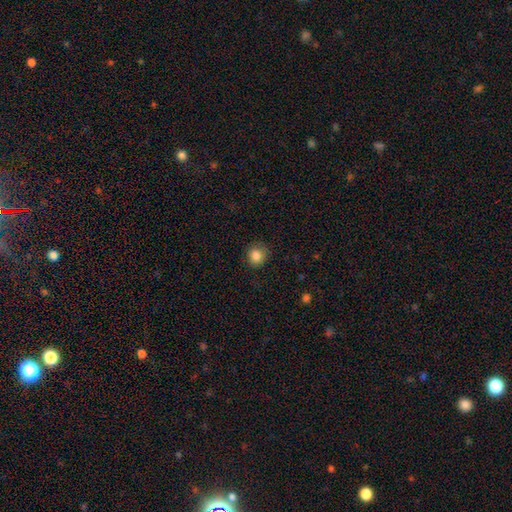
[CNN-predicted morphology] Smooth or featured? Predicted: smooth (p=0.85). How rounded? Predicted: round (p=0.88). Merging? Predicted: none (p=0.86).